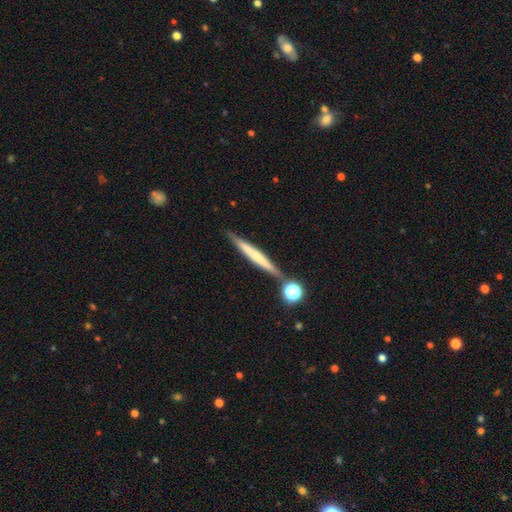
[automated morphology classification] smooth_or_featured: smooth (p=0.48) [alt: featured or disk p=0.45]
merging: none (p=0.77) [alt: minor disturbance p=0.11]